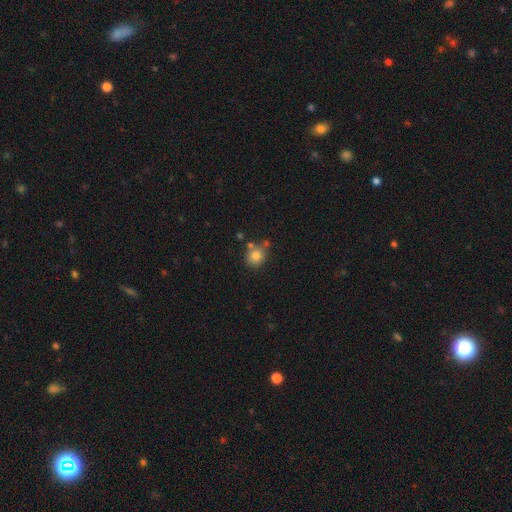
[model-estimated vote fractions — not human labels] Smooth or featured? smooth (80%)
How rounded? round (81%)
Merging? none (69%)